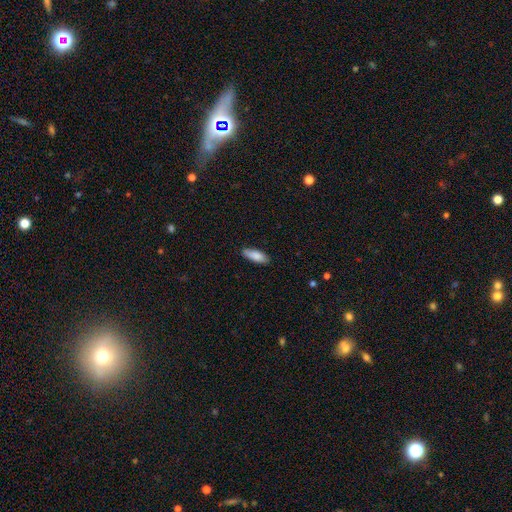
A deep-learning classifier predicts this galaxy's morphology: The model was most divided on "how rounded": in between: 68%, cigar-shaped: 31%, round: 2%. More confident: smooth or featured — smooth (86%); merging — none (84%).